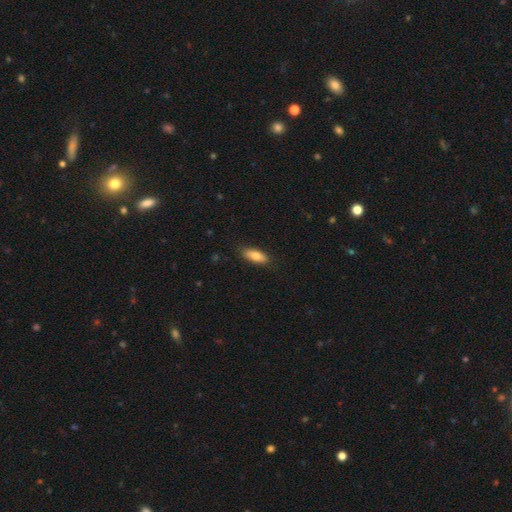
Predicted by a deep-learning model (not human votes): A smooth galaxy with no disk features (79%) that is in between round and cigar-shaped (70%). Merging: none (86%).